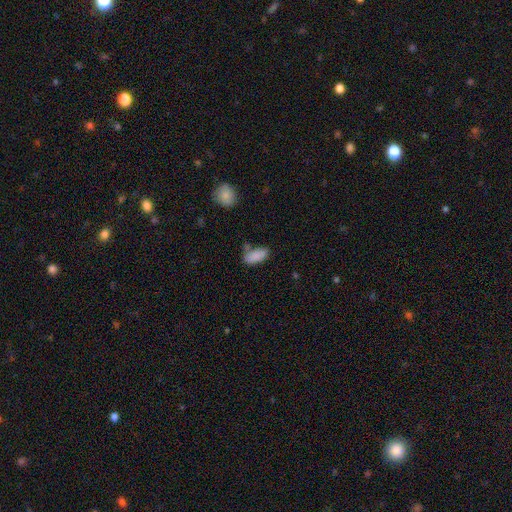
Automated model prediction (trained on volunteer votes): Q: Smooth or featured?
A: smooth (86%); runner-up: star or artifact (8%)
Q: How rounded?
A: in between (90%); runner-up: cigar-shaped (8%)
Q: Merging?
A: none (59%); runner-up: minor disturbance (22%)